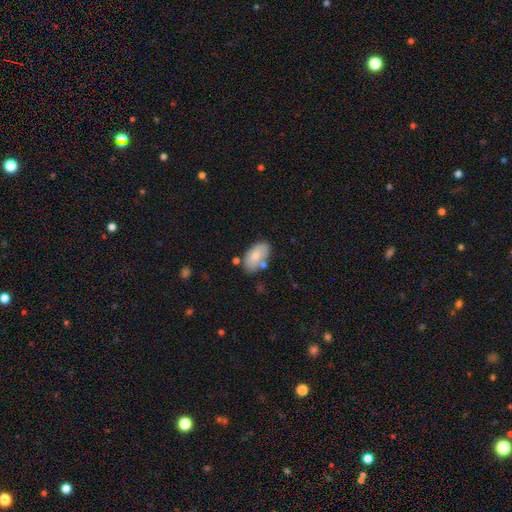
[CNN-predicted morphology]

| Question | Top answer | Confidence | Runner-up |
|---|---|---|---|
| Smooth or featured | smooth | 78% | featured or disk (16%) |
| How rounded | in between | 94% | round (4%) |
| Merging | none | 66% | minor disturbance (20%) |